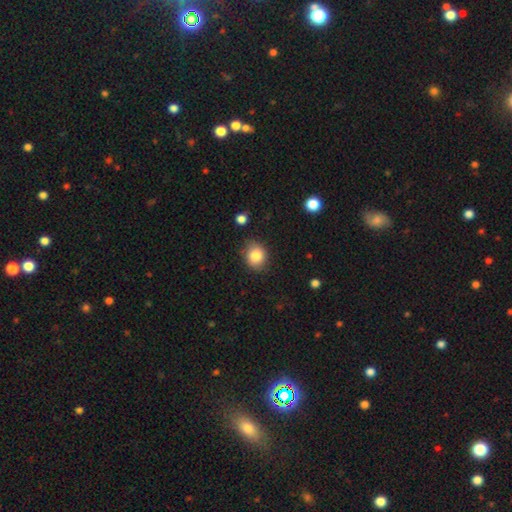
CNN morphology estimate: Smooth or featured? smooth (84%)
How rounded? round (69%)
Merging? none (82%)